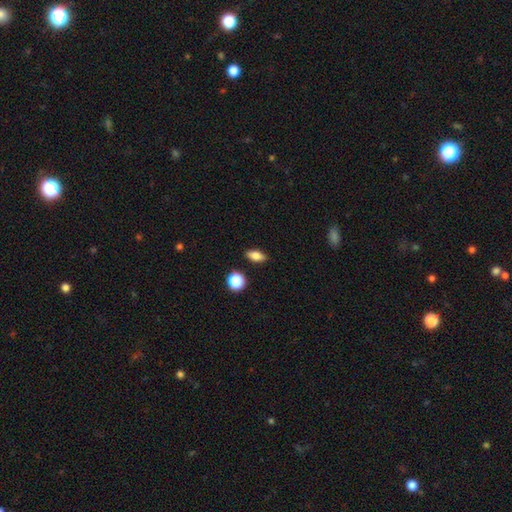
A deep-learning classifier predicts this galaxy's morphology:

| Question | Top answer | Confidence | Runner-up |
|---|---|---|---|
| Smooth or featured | smooth | 79% | featured or disk (11%) |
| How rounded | in between | 79% | cigar-shaped (11%) |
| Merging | none | 87% | minor disturbance (9%) |